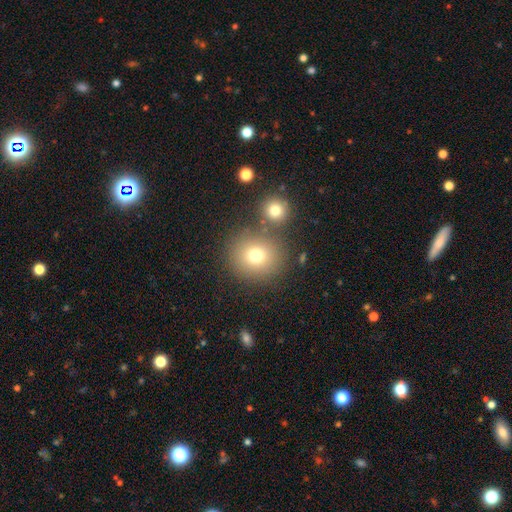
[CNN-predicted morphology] smooth 74%, star or artifact 14%, featured or disk 11%. Down the decision tree: how rounded — round (87%); merging — none (73%).